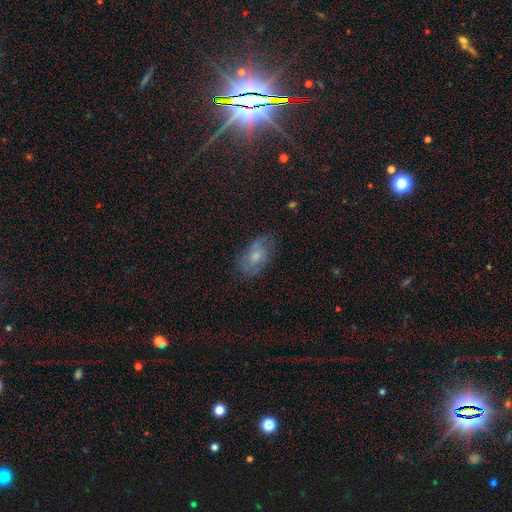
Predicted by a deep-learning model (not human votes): smooth_or_featured: smooth (p=0.53) [alt: featured or disk p=0.36]
how_rounded: in between (p=0.89) [alt: round p=0.08]
merging: none (p=0.65) [alt: minor disturbance p=0.24]